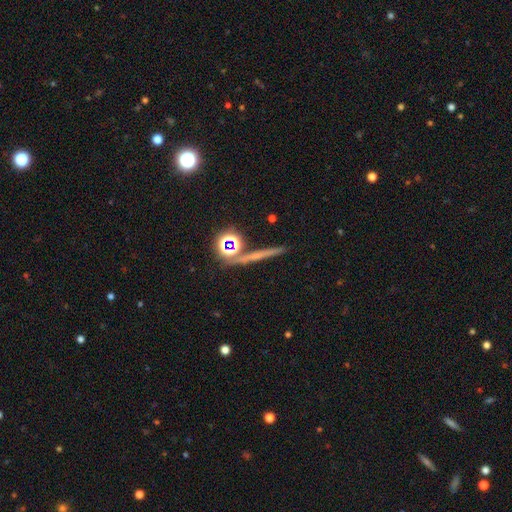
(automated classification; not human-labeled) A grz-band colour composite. It shows a star or artifact, not a galaxy (36%).